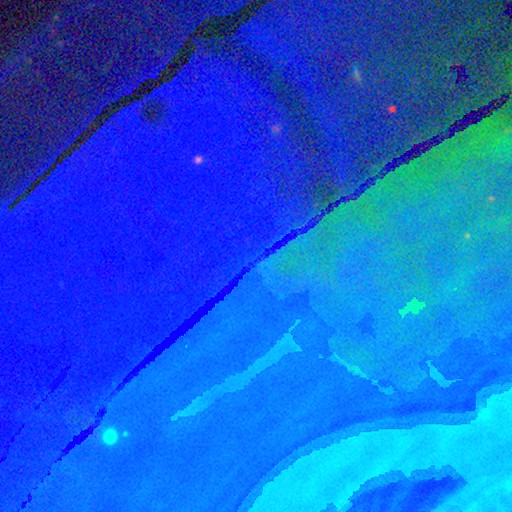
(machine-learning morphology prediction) smooth-or-featured: star or artifact: 86% | featured or disk: 7% | smooth: 7%